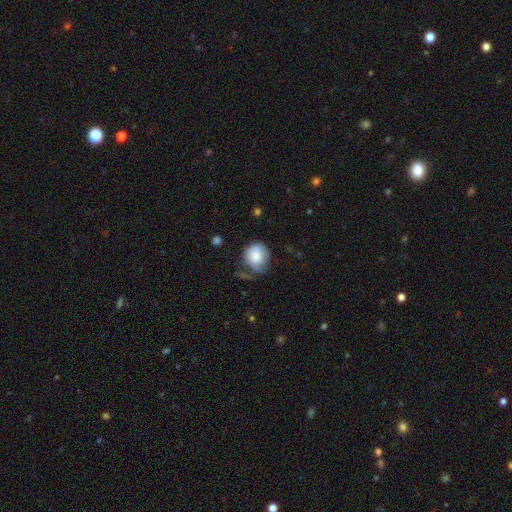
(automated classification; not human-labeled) Morphology: type=smooth (82%); roundness=round (80%); merging=none (48%).